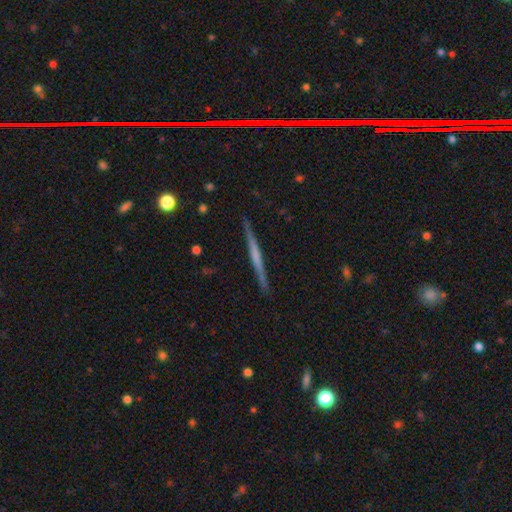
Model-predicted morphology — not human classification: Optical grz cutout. It shows a featured or disk galaxy (62%) viewed edge-on (98%) with no central bulge (68%). Merging: none (90%).